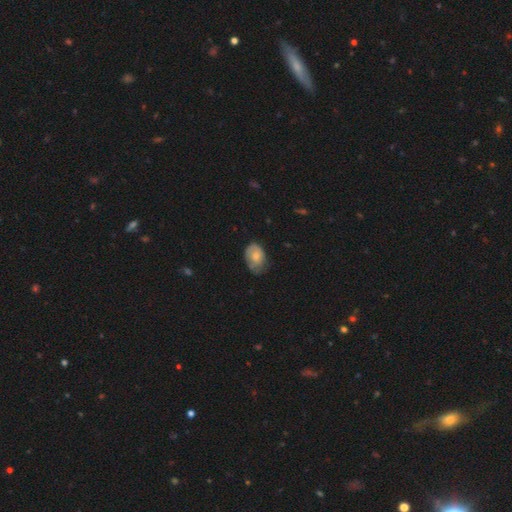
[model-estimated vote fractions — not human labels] A smooth galaxy with no disk features (64%) that is in between round and cigar-shaped (80%). Merging: none (49%).